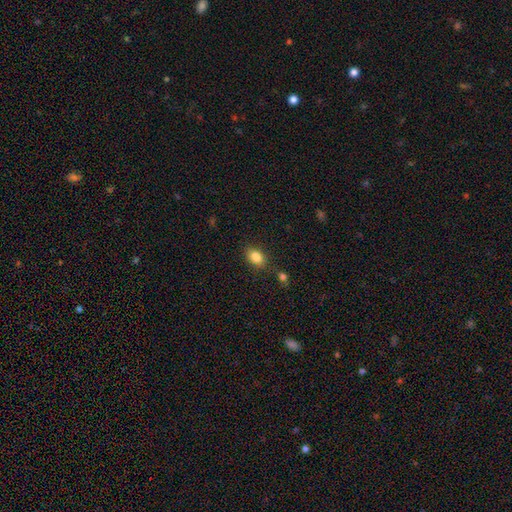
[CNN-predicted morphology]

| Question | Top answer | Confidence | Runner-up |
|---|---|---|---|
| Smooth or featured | smooth | 83% | star or artifact (10%) |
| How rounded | in between | 77% | round (21%) |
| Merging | none | 82% | minor disturbance (11%) |